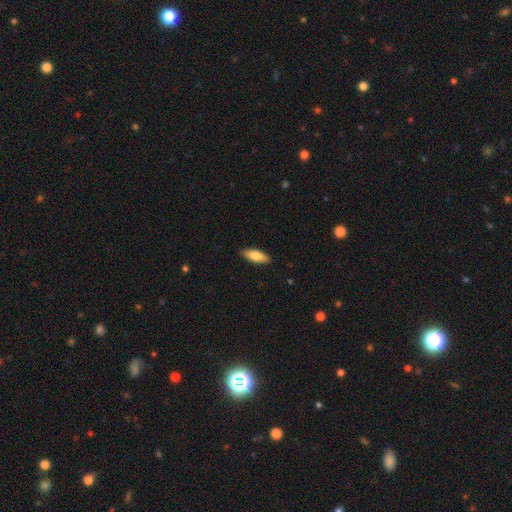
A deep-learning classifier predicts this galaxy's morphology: The model was most divided on "how rounded": in between: 70%, cigar-shaped: 28%, round: 2%. More confident: merging — none (89%); smooth or featured — smooth (80%).